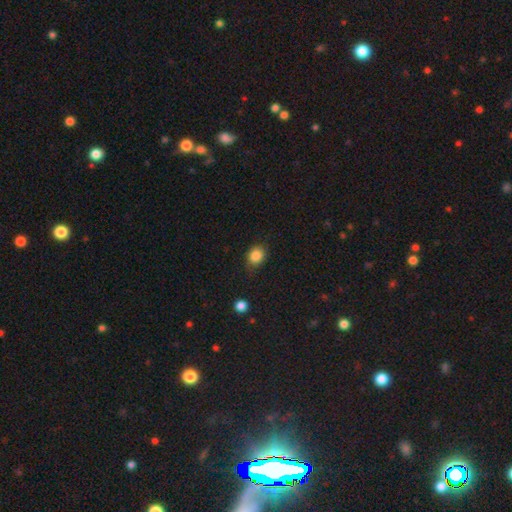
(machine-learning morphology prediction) Smooth or featured? smooth (86%)
How rounded? round (59%)
Merging? none (71%)